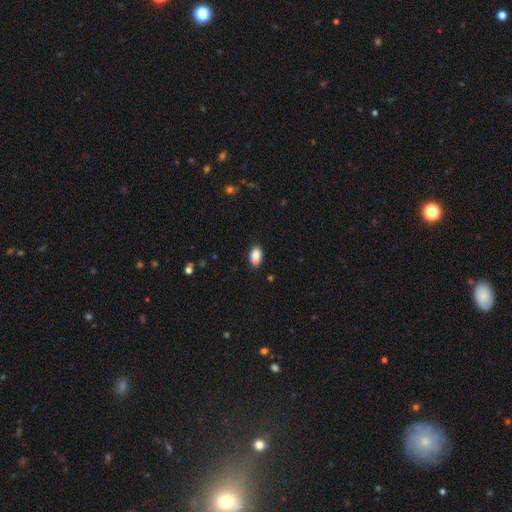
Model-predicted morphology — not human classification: Q: Smooth or featured?
A: smooth (87%); runner-up: star or artifact (8%)
Q: How rounded?
A: in between (92%); runner-up: round (6%)
Q: Merging?
A: none (80%); runner-up: minor disturbance (16%)